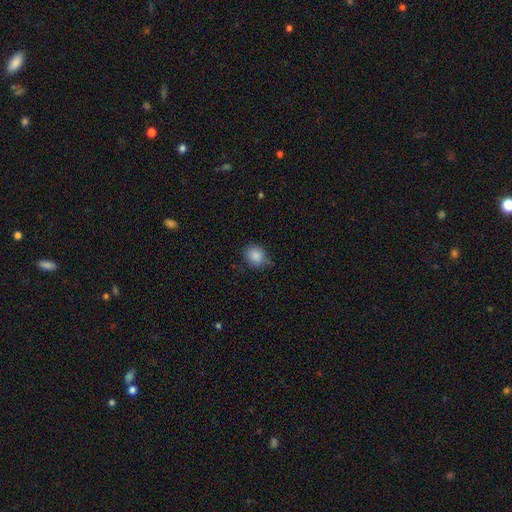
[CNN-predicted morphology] Overall: smooth (86%). How rounded: round (69%; in between 30%). Merging: none (79%).